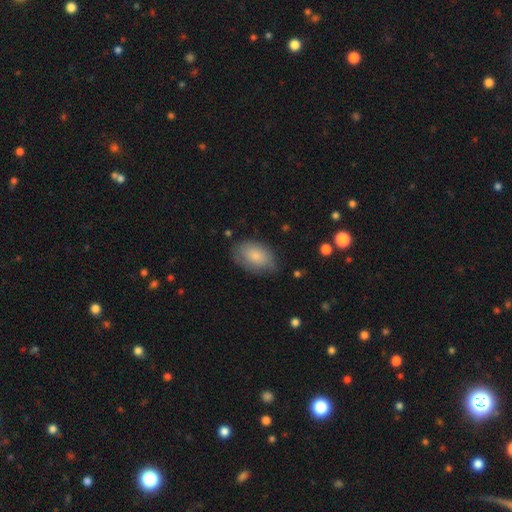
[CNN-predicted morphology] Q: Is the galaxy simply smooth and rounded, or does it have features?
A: smooth — 80%.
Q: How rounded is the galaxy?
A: in between — 90%.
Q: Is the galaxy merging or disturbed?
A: none — 70%.